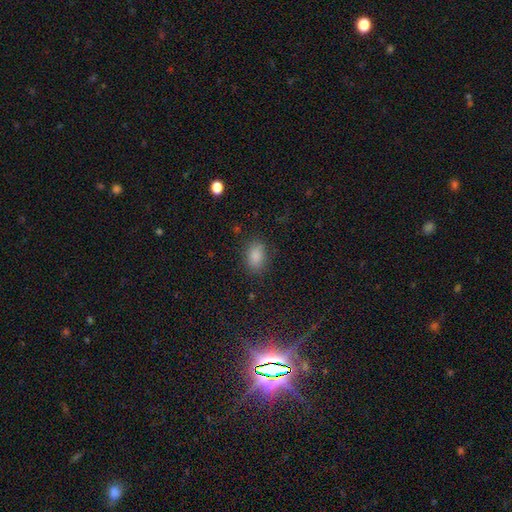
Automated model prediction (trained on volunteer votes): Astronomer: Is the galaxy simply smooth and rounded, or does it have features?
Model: smooth — 85%.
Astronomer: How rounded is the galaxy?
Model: in between — 82%.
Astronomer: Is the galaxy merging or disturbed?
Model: none — 79%.